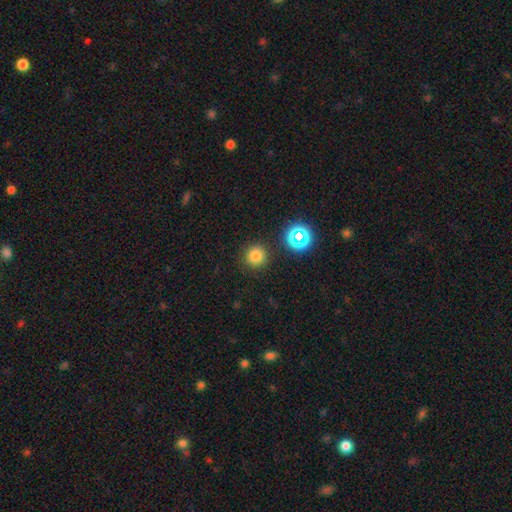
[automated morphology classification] Smooth or featured?
  - smooth: 76% *
  - star or artifact: 19%
  - featured or disk: 6%
How rounded?
  - round: 95% *
  - in between: 4%
  - cigar-shaped: 1%
Merging?
  - none: 89% *
  - minor disturbance: 6%
  - major disturbance: 3%
  - merger: 2%